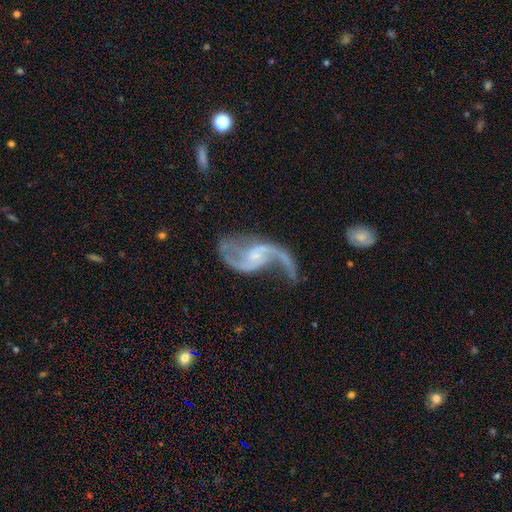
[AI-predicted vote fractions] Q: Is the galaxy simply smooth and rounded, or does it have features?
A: featured or disk — 91%.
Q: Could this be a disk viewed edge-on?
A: no — 98%.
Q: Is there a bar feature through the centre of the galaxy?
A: no — 48%.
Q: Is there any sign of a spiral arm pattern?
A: yes — 96%.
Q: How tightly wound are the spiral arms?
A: loose — 79%.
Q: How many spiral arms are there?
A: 2 — 89%.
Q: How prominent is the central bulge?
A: small — 62%.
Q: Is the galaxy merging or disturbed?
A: none — 47%.